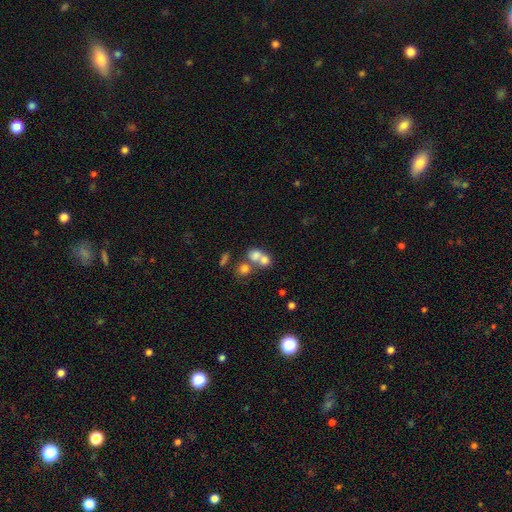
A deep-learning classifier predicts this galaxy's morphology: Smooth or featured? Predicted: smooth (p=0.68). How rounded? Predicted: round (p=0.71). Merging? Predicted: merger (p=0.60).